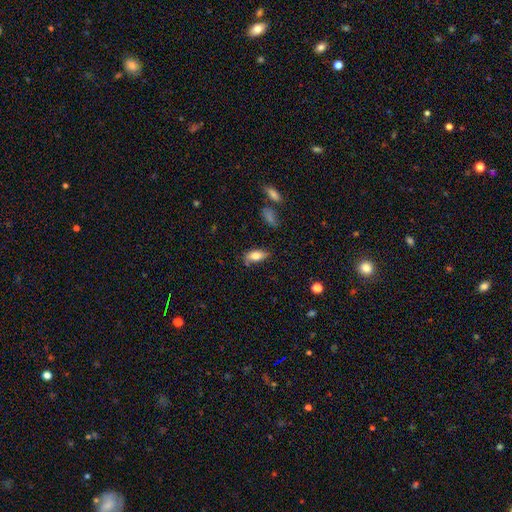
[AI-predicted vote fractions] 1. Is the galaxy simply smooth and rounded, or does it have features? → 76% smooth, 17% featured or disk, 8% star or artifact.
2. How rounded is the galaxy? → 82% in between, 14% cigar-shaped, 3% round.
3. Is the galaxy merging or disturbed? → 70% none, 22% minor disturbance, 5% major disturbance, 4% merger.